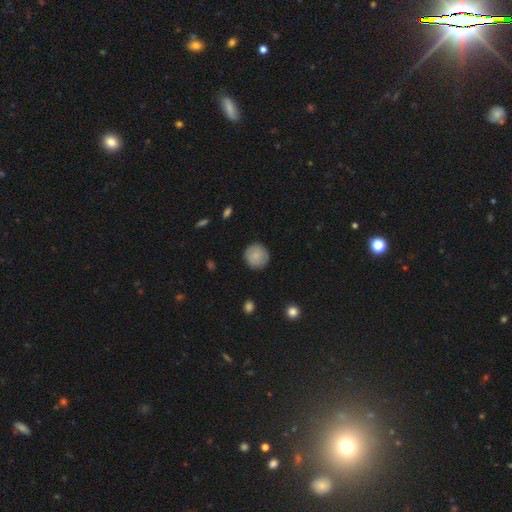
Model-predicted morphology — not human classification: The model was most divided on "smooth or featured": smooth: 82%, featured or disk: 12%, star or artifact: 7%. More confident: how rounded — round (94%); merging — none (87%).